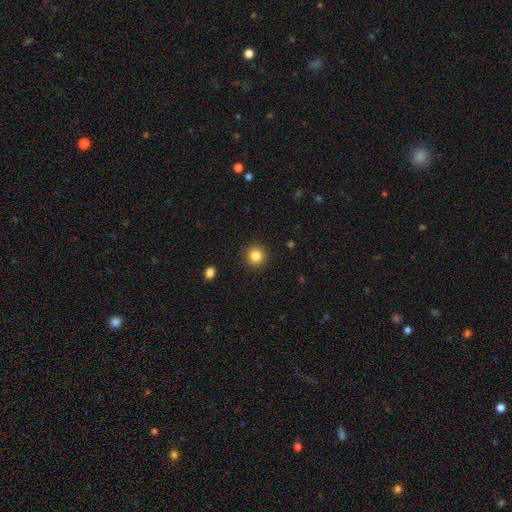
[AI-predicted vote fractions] smooth-or-featured: smooth: 84% | star or artifact: 11% | featured or disk: 5%
  how-rounded: round: 94% | in between: 5% | cigar-shaped: 1%
  merging: none: 92% | minor disturbance: 5% | major disturbance: 2% | merger: 1%